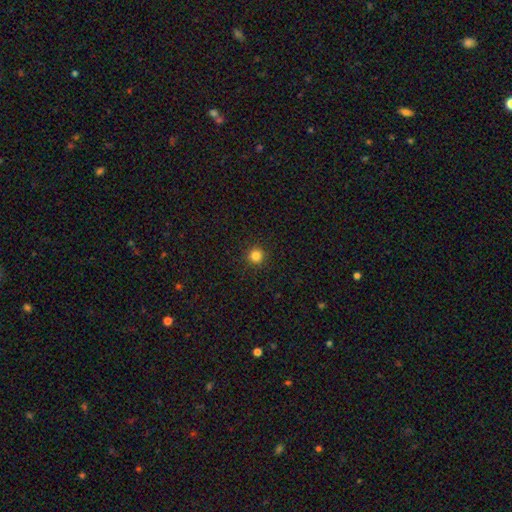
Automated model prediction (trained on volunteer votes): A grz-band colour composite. It shows a smooth galaxy with no disk features (83%) that is round (95%). Merging: none (92%).